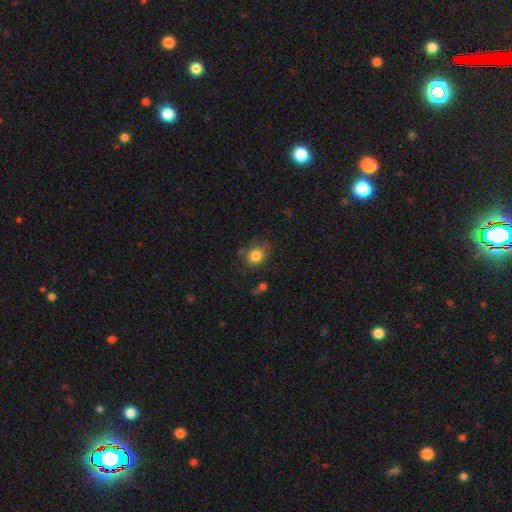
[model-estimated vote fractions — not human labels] smooth-or-featured: smooth: 79% | featured or disk: 12% | star or artifact: 9%
  how-rounded: round: 58% | in between: 41% | cigar-shaped: 1%
  merging: none: 64% | minor disturbance: 23% | major disturbance: 9% | merger: 3%